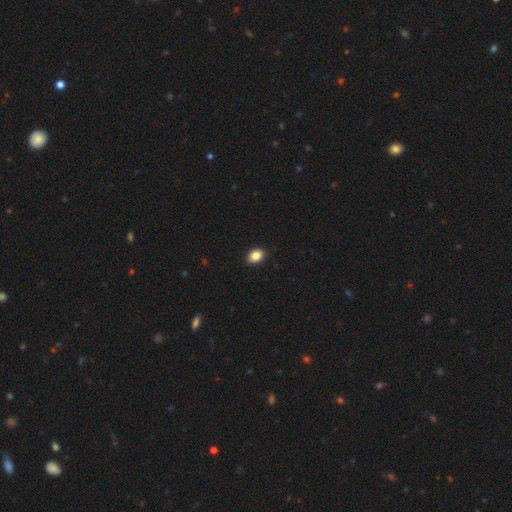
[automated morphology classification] smooth_or_featured: smooth (p=0.87) [alt: star or artifact p=0.09]
how_rounded: in between (p=0.71) [alt: round p=0.28]
merging: none (p=0.90) [alt: minor disturbance p=0.07]